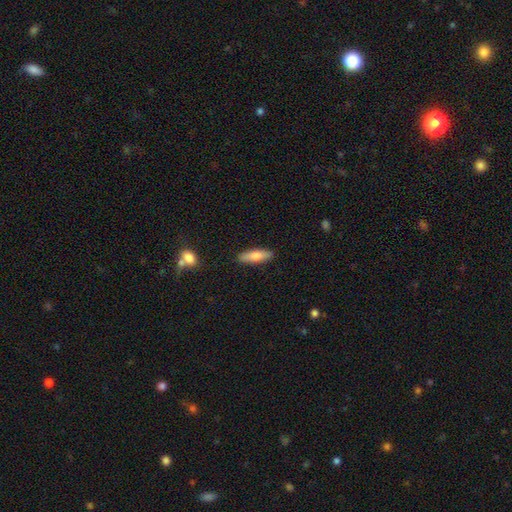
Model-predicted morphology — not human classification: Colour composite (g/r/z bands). It shows a smooth galaxy with no disk features (73%) that is cigar-shaped (62%). Merging: none (88%).